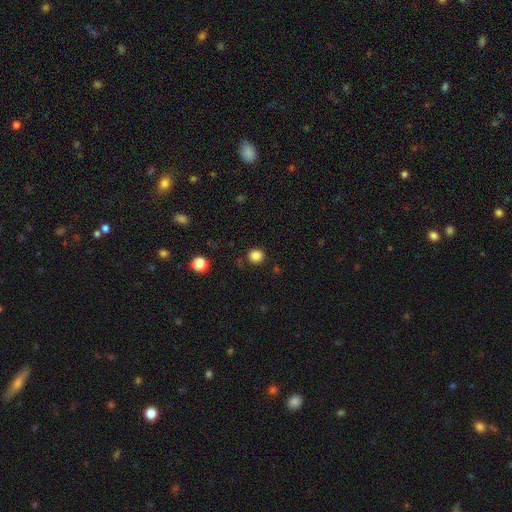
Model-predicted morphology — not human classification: smooth 85%, star or artifact 11%, featured or disk 4%. Down the decision tree: how rounded — round (83%); merging — none (88%).